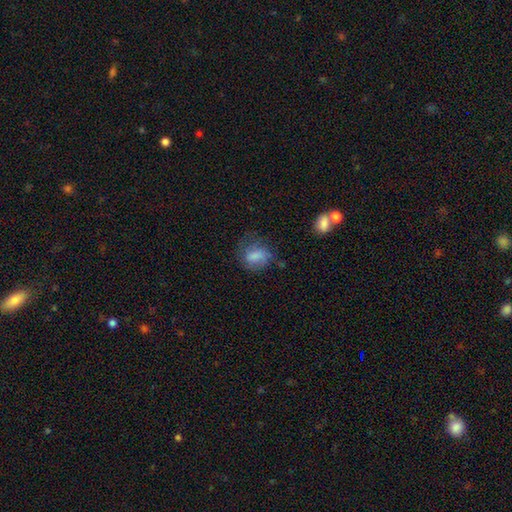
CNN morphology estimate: Smooth or featured? Predicted: smooth (p=0.72). How rounded? Predicted: in between (p=0.55). Merging? Predicted: none (p=0.52).